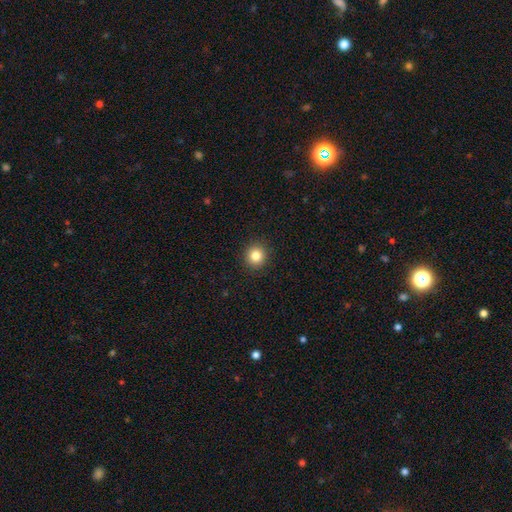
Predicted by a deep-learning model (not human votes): smooth-or-featured: smooth: 83% | star or artifact: 11% | featured or disk: 6%
  how-rounded: round: 92% | in between: 7% | cigar-shaped: 1%
  merging: none: 92% | minor disturbance: 6% | major disturbance: 2% | merger: 1%